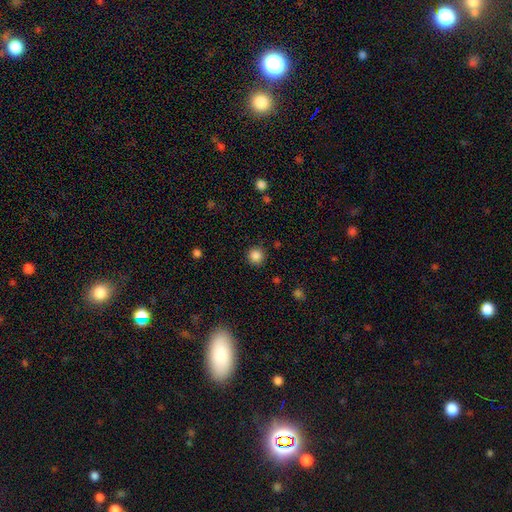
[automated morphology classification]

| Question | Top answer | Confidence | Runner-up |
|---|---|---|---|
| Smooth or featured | smooth | 86% | star or artifact (11%) |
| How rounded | round | 94% | in between (5%) |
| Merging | none | 89% | minor disturbance (7%) |